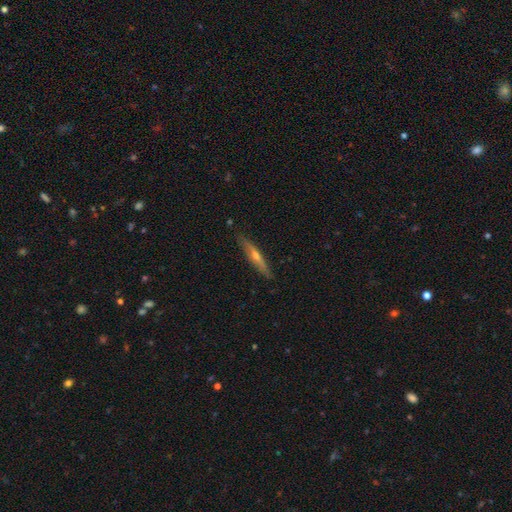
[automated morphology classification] Smooth or featured?
  - featured or disk: 63% *
  - smooth: 31%
  - star or artifact: 6%
Edge-on disk?
  - yes: 93% *
  - no: 7%
Edge-on bulge?
  - rounded: 82% *
  - none: 15%
  - boxy: 3%
Merging?
  - none: 87% *
  - minor disturbance: 10%
  - major disturbance: 2%
  - merger: 1%